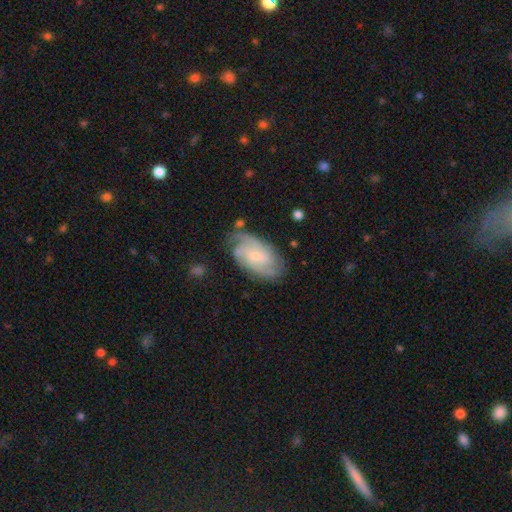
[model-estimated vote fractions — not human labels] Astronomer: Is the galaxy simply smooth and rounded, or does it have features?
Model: featured or disk — 76%.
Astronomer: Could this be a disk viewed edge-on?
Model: no — 96%.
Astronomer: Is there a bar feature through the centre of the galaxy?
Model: no — 56% (runner-up: weak, 37%).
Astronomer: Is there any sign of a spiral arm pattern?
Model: yes — 94%.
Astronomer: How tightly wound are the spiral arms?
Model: tight — 49% (runner-up: medium, 39%).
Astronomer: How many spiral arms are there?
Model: can't tell — 28%, tied with 2 at 28%.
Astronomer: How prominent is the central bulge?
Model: small — 72%.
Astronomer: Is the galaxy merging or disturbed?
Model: none — 72%.